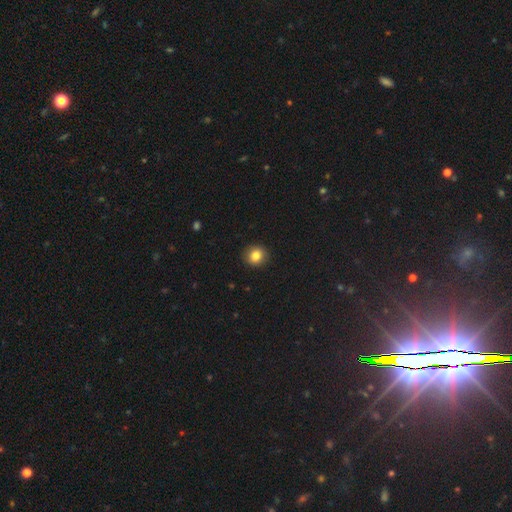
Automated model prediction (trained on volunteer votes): Smooth or featured? Predicted: smooth (p=0.83). How rounded? Predicted: round (p=0.83). Merging? Predicted: none (p=0.91).